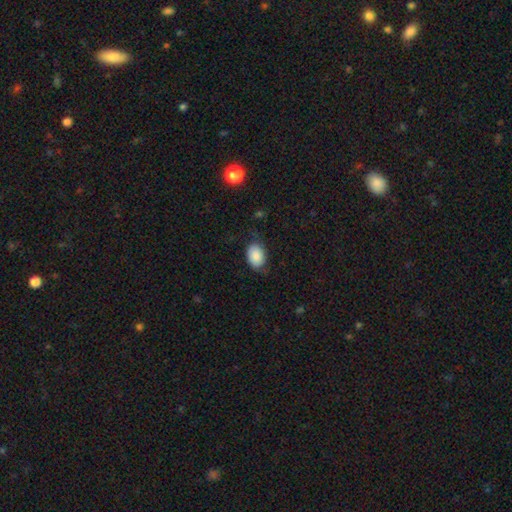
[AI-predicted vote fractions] Smooth or featured?
  - smooth: 86% *
  - star or artifact: 7%
  - featured or disk: 7%
How rounded?
  - in between: 82% *
  - round: 17%
  - cigar-shaped: 1%
Merging?
  - none: 71% *
  - minor disturbance: 22%
  - major disturbance: 6%
  - merger: 1%